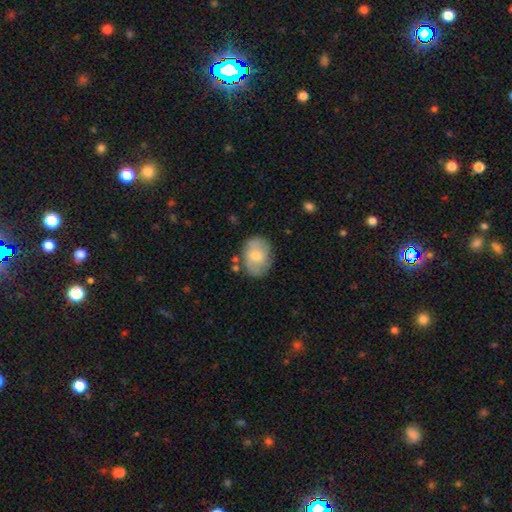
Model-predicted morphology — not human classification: Smooth or featured? Predicted: smooth (p=0.57). How rounded? Predicted: in between (p=0.55). Merging? Predicted: none (p=0.71).